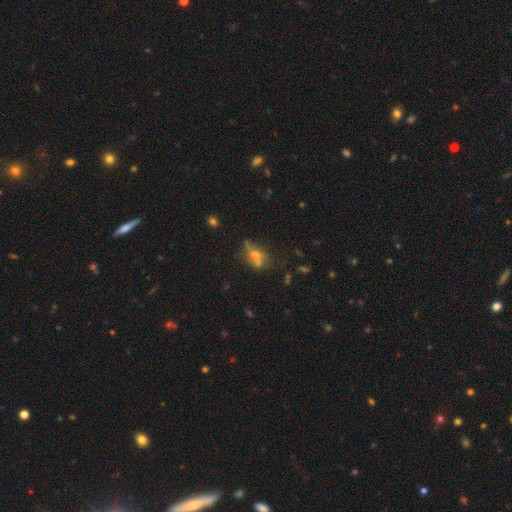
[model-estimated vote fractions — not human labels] This appears to be a featured or disk galaxy (49%). Merging: none (57%).